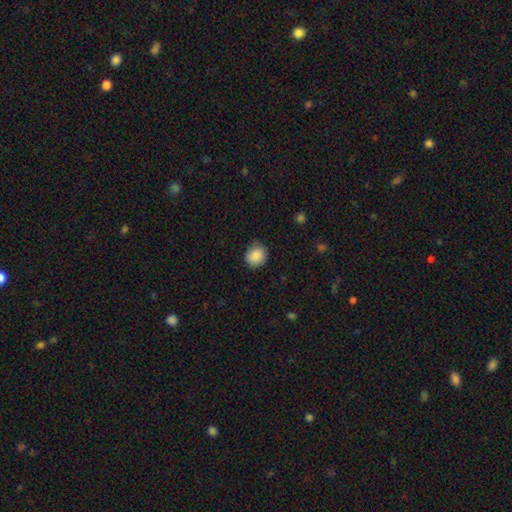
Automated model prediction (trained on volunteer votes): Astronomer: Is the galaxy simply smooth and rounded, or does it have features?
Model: smooth — 88%.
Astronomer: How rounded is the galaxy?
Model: round — 67%.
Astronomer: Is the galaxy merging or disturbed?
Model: none — 74%.